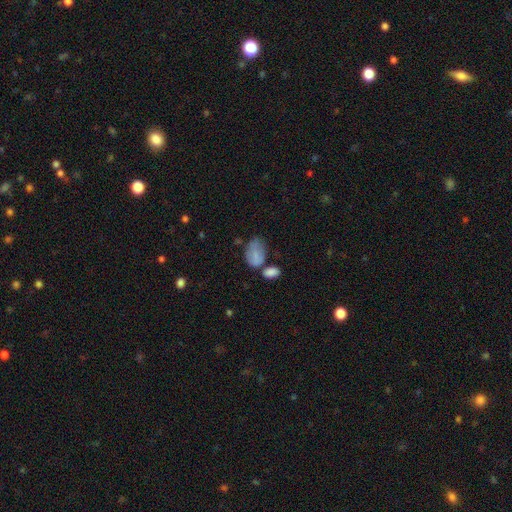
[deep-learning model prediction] smooth-or-featured: smooth: 77% | featured or disk: 15% | star or artifact: 9%
  how-rounded: in between: 89% | round: 10% | cigar-shaped: 2%
  merging: none: 35% | minor disturbance: 29% | merger: 21% | major disturbance: 15%